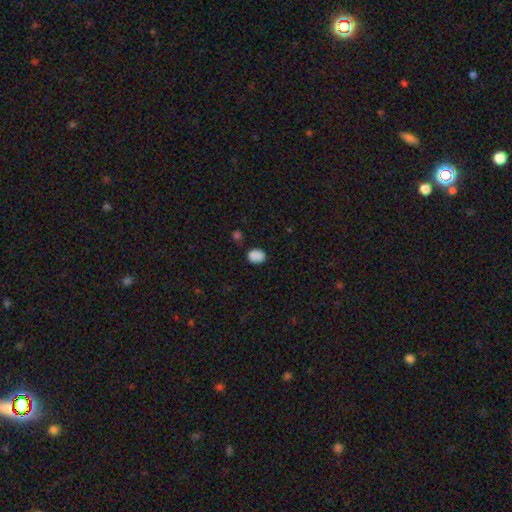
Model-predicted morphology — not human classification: A smooth galaxy with no disk features (85%) that is in between round and cigar-shaped (50%).

Vote fractions:
- Smooth or featured? smooth: 85% / star or artifact: 10% / featured or disk: 5%
- How rounded? in between: 50% / round: 49% / cigar-shaped: 1%
- Merging? none: 71% / minor disturbance: 19% / merger: 5% / major disturbance: 4%